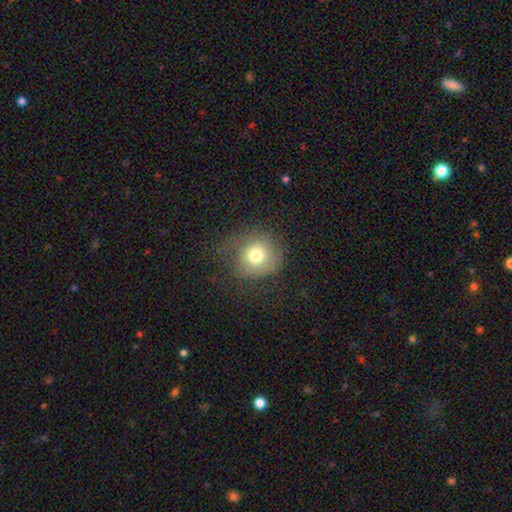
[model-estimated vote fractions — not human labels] Smooth or featured? smooth (71%)
How rounded? round (85%)
Merging? none (61%)